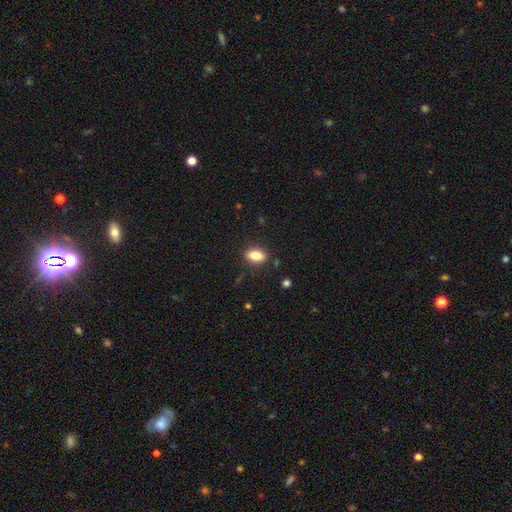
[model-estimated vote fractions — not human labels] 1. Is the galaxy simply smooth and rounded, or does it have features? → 80% smooth, 11% featured or disk, 8% star or artifact.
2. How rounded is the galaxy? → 85% in between, 10% round, 6% cigar-shaped.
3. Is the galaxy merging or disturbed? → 86% none, 10% minor disturbance, 3% major disturbance, 1% merger.